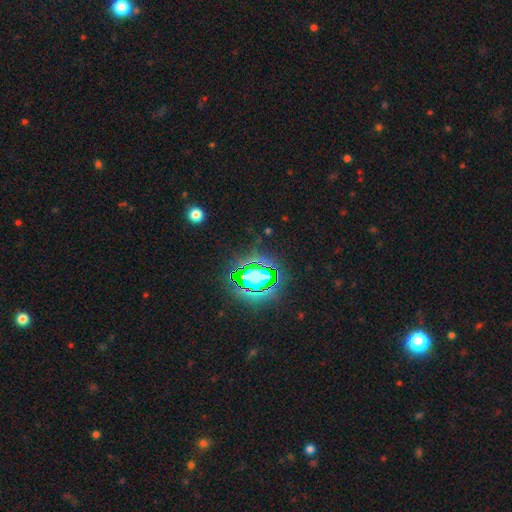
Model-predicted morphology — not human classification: The model was most divided on "smooth or featured": star or artifact: 83%, smooth: 11%, featured or disk: 7%.